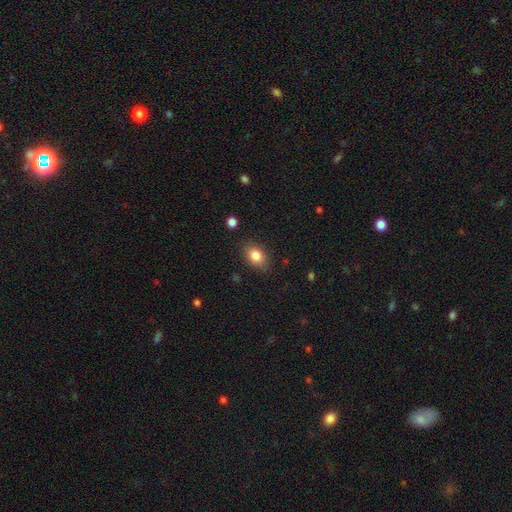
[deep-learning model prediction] The model was most divided on "how rounded": in between: 76%, round: 23%, cigar-shaped: 1%. More confident: smooth or featured — smooth (84%); merging — none (84%).